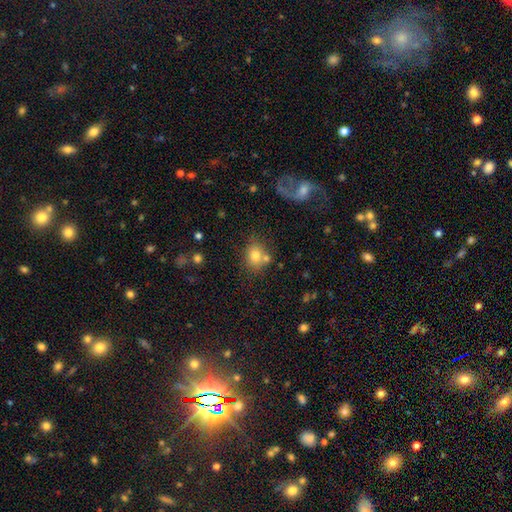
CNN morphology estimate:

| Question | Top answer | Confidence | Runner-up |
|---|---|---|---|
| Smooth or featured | smooth | 76% | featured or disk (12%) |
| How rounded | round | 56% | in between (43%) |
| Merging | none | 56% | merger (24%) |